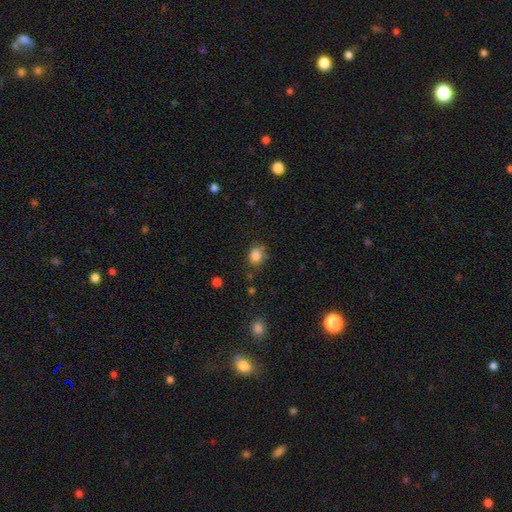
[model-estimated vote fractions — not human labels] This appears to be a smooth galaxy with no disk features (84%) that is round (58%). Merging: none (67%).